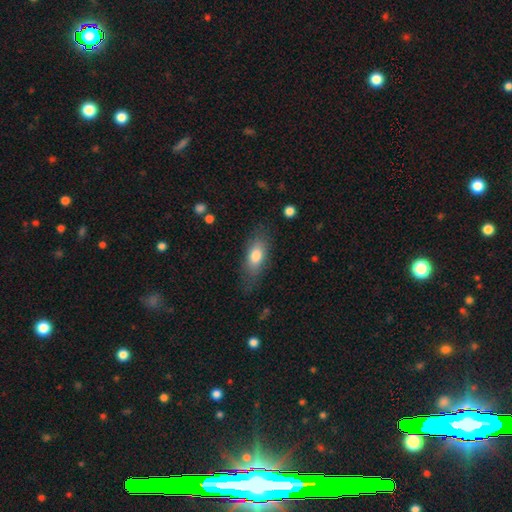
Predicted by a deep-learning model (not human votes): A smooth galaxy with no disk features (76%) that is in between round and cigar-shaped (80%). Merging: none (72%).